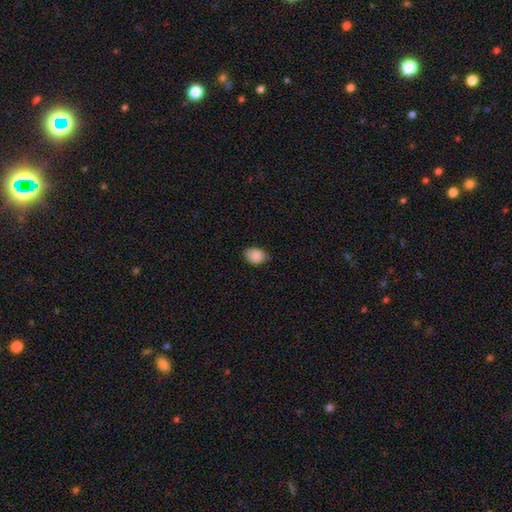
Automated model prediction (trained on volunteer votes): A smooth galaxy with no disk features (88%) that is in between round and cigar-shaped (73%). Merging: none (71%).